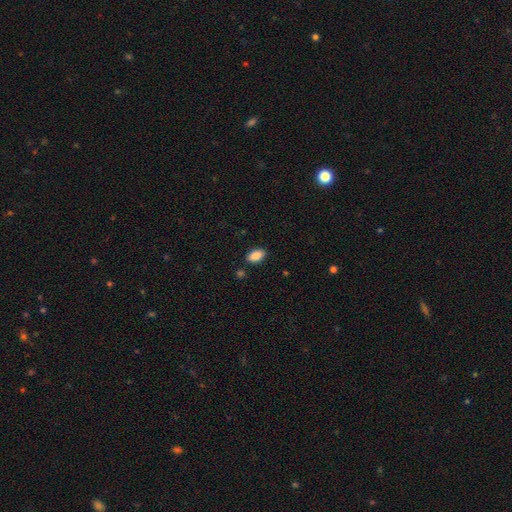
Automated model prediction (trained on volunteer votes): smooth_or_featured: smooth (p=0.88) [alt: star or artifact p=0.08]
how_rounded: in between (p=0.91) [alt: round p=0.06]
merging: none (p=0.86) [alt: minor disturbance p=0.09]